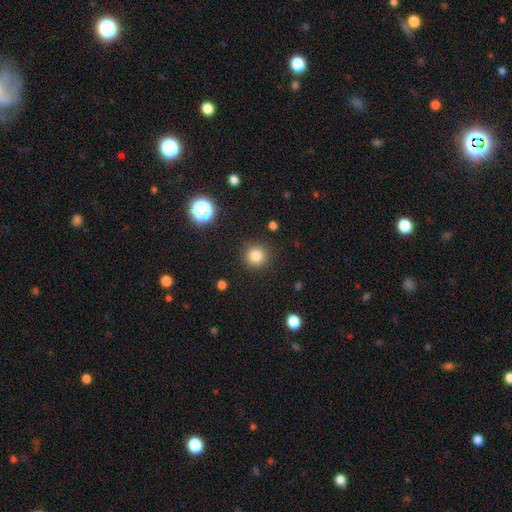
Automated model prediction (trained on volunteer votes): smooth 83%, star or artifact 12%, featured or disk 5%. Down the decision tree: how rounded — round (94%); merging — none (90%).